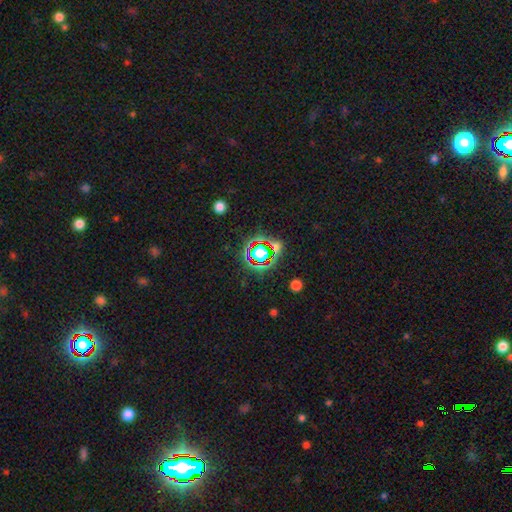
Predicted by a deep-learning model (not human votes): A star or artifact, not a galaxy (74%).

Vote fractions:
- Smooth or featured? star or artifact: 74% / smooth: 15% / featured or disk: 11%